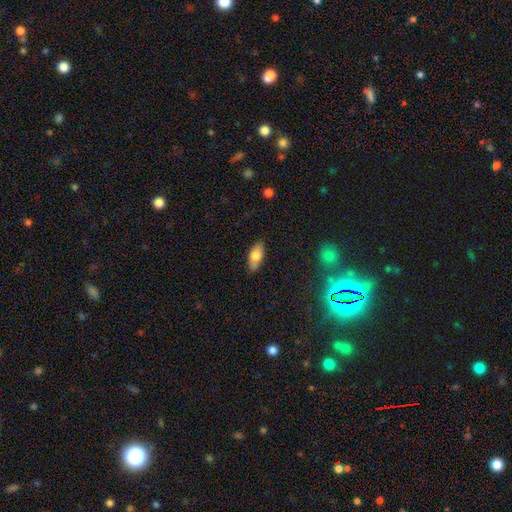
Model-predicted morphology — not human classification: A smooth galaxy with no disk features (73%) that is in between round and cigar-shaped (84%).

Vote fractions:
- Smooth or featured? smooth: 73% / featured or disk: 20% / star or artifact: 7%
- How rounded? in between: 84% / cigar-shaped: 12% / round: 3%
- Merging? none: 80% / minor disturbance: 15% / major disturbance: 3% / merger: 3%